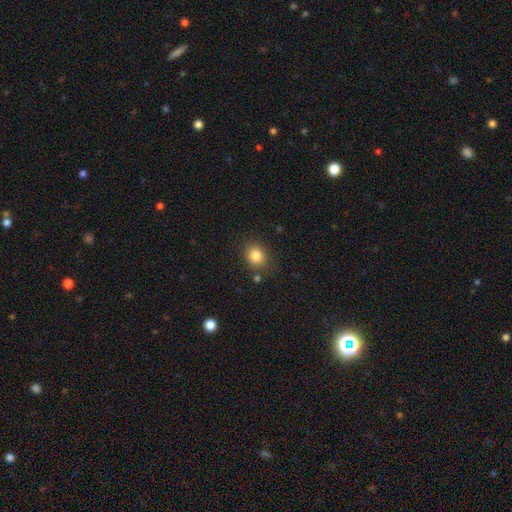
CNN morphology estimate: smooth_or_featured: smooth (p=0.84) [alt: star or artifact p=0.11]
how_rounded: round (p=0.65) [alt: in between p=0.34]
merging: none (p=0.80) [alt: minor disturbance p=0.12]